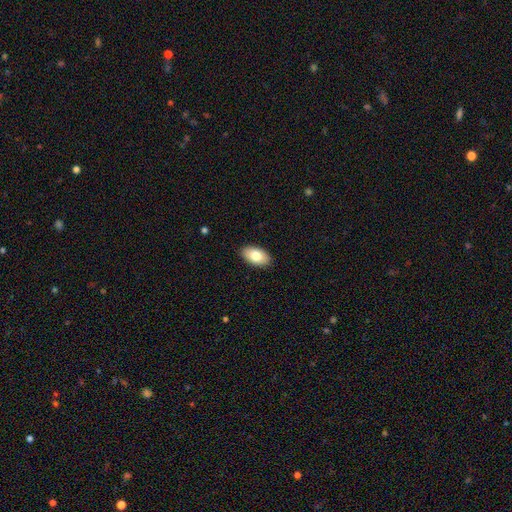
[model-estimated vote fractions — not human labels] Q: Smooth or featured?
A: smooth (81%); runner-up: featured or disk (13%)
Q: How rounded?
A: in between (95%); runner-up: round (4%)
Q: Merging?
A: none (89%); runner-up: minor disturbance (8%)